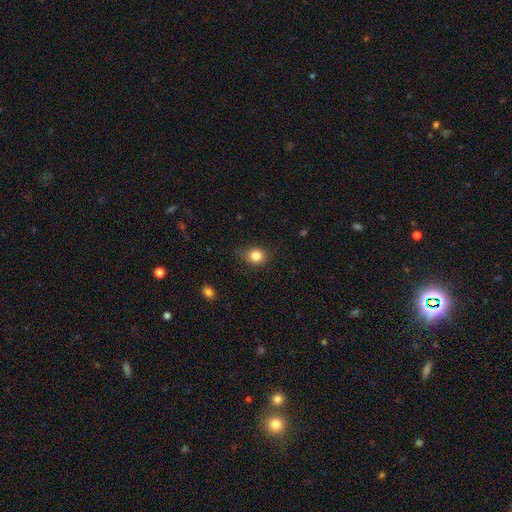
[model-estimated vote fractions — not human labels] This appears to be a smooth galaxy with no disk features (83%) that is round (64%). Merging: none (78%).